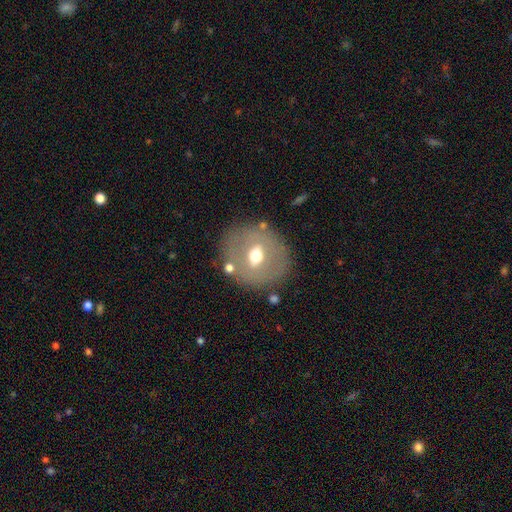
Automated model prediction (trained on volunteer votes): smooth_or_featured: smooth (p=0.47) [alt: featured or disk p=0.44]
merging: none (p=0.79) [alt: minor disturbance p=0.11]